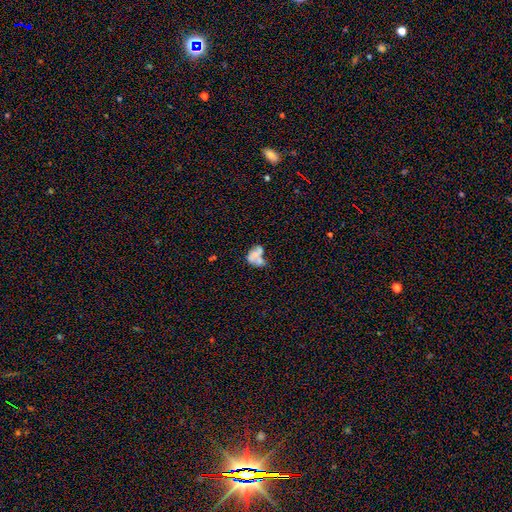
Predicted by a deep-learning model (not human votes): A smooth galaxy with no disk features (50%) that is in between round and cigar-shaped (75%). Merging: merger (46%).